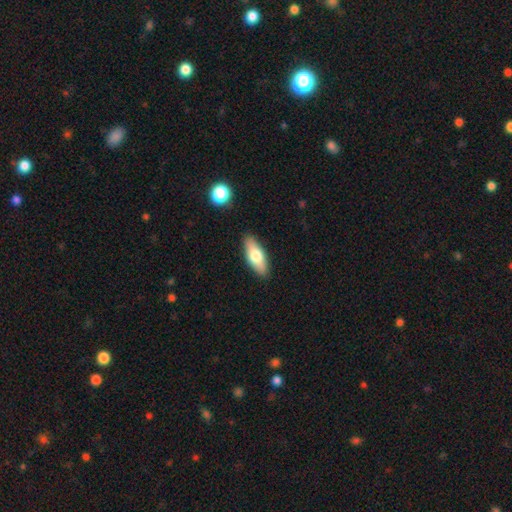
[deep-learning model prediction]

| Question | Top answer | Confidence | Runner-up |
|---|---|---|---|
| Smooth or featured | smooth | 68% | featured or disk (26%) |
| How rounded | in between | 72% | cigar-shaped (25%) |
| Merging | none | 88% | minor disturbance (9%) |